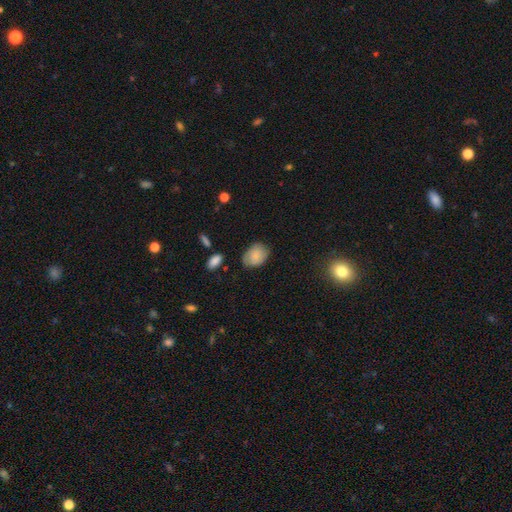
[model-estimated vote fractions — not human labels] Smooth or featured? Predicted: smooth (p=0.80). How rounded? Predicted: in between (p=0.69). Merging? Predicted: none (p=0.72).